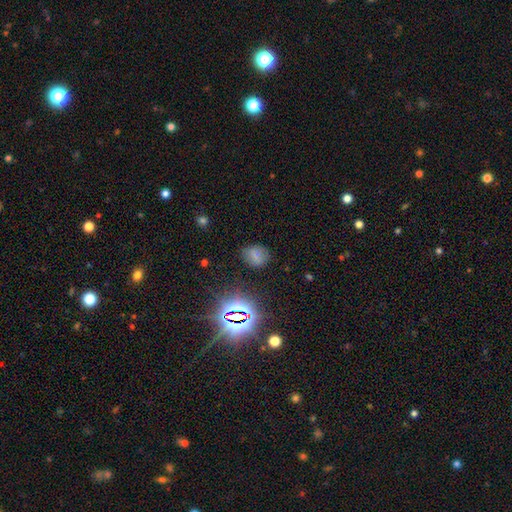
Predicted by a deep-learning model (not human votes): A smooth galaxy with no disk features (63%) that is round (62%).

Vote fractions:
- Smooth or featured? smooth: 63% / star or artifact: 23% / featured or disk: 14%
- How rounded? round: 62% / in between: 37% / cigar-shaped: 1%
- Merging? none: 77% / minor disturbance: 15% / major disturbance: 4% / merger: 4%